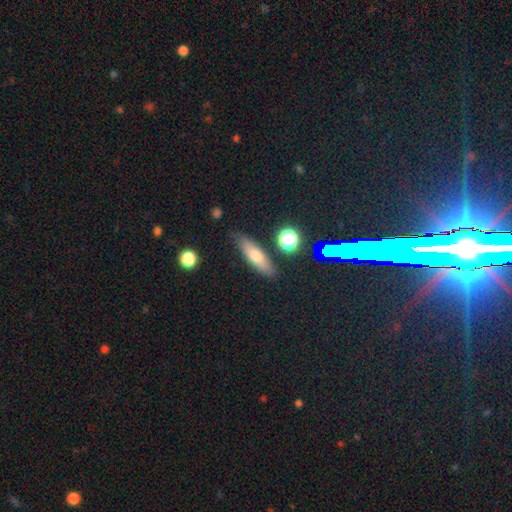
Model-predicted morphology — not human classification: Overall: smooth (66%). How rounded: cigar-shaped (54%; in between 42%). Merging: none (82%).